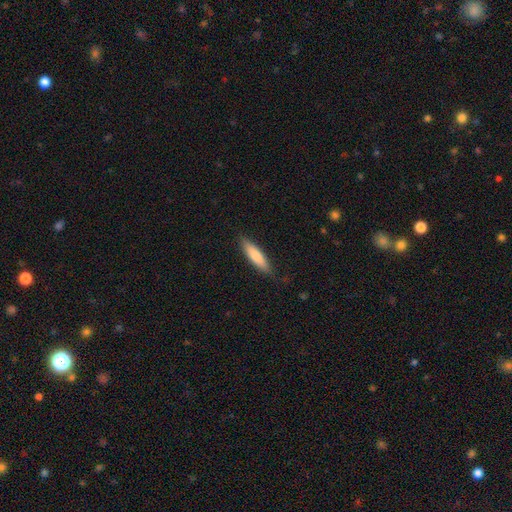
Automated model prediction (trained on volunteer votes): This is likely a smooth galaxy (78%). How rounded: likely cigar-shaped (68%). Merging: clearly none (83%).